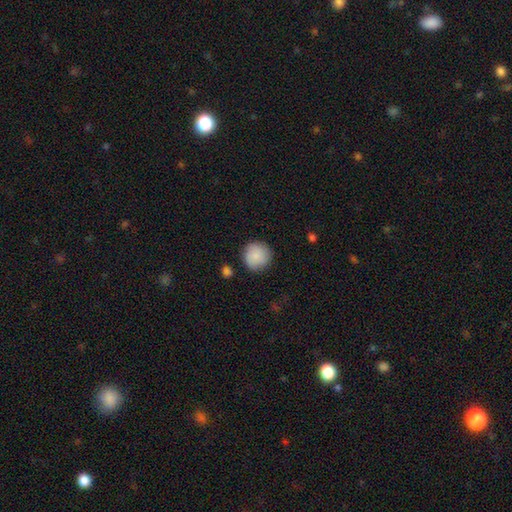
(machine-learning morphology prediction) Q: Smooth or featured?
A: smooth (88%); runner-up: star or artifact (6%)
Q: How rounded?
A: round (94%); runner-up: in between (5%)
Q: Merging?
A: none (86%); runner-up: minor disturbance (9%)